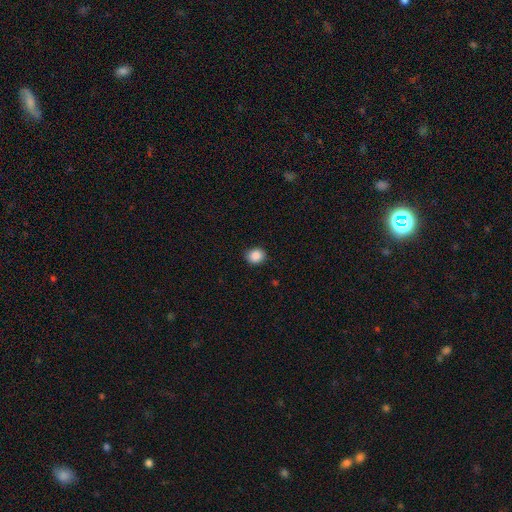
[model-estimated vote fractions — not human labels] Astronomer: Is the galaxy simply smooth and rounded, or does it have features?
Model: smooth — 88%.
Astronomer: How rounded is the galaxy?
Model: round — 67%.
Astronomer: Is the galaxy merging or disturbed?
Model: none — 89%.